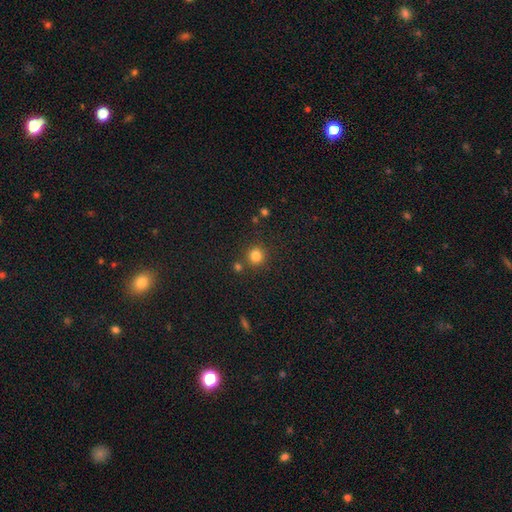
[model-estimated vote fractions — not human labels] The model was most divided on "smooth or featured": smooth: 81%, star or artifact: 14%, featured or disk: 5%. More confident: how rounded — round (91%); merging — none (82%).